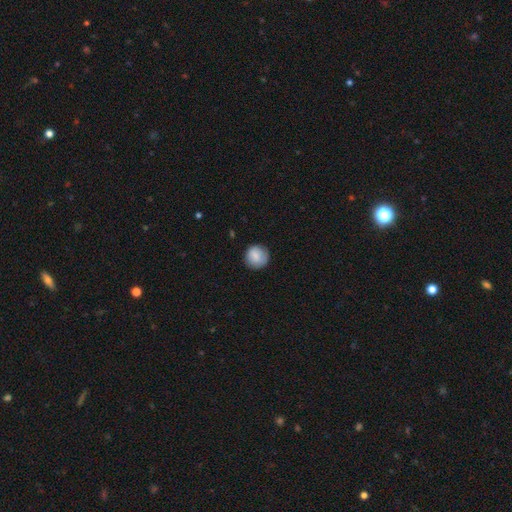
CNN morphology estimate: This appears to be a smooth galaxy with no disk features (84%) that is round (92%). Merging: none (84%).